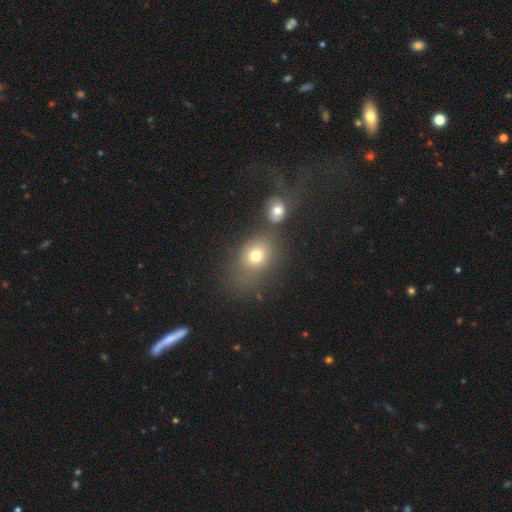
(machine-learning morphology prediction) Q: Smooth or featured?
A: smooth (72%); runner-up: featured or disk (14%)
Q: How rounded?
A: in between (53%); runner-up: round (46%)
Q: Merging?
A: none (55%); runner-up: merger (20%)